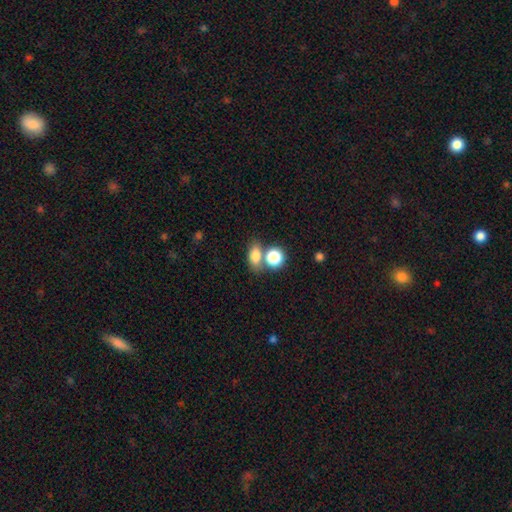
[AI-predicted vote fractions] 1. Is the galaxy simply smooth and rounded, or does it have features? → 79% smooth, 12% star or artifact, 9% featured or disk.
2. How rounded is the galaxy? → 71% in between, 26% round, 3% cigar-shaped.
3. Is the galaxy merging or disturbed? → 52% none, 32% merger, 11% minor disturbance, 5% major disturbance.